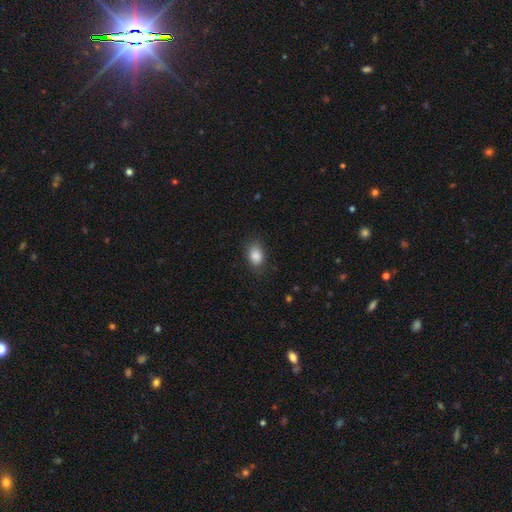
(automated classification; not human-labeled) The model was most divided on "how rounded": in between: 78%, round: 21%, cigar-shaped: 1%. More confident: smooth or featured — smooth (86%); merging — none (80%).